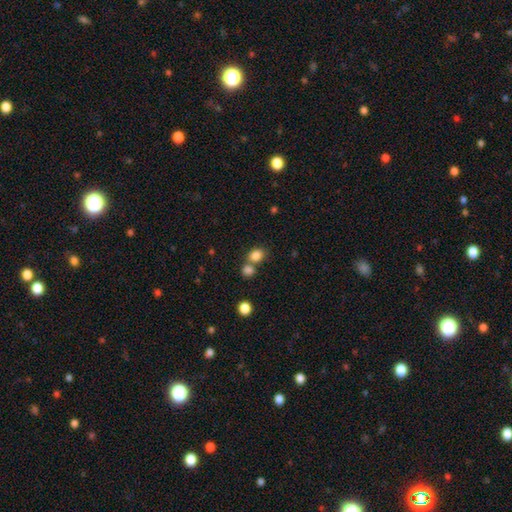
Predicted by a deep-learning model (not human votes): Smooth or featured: smooth — 83% (star or artifact — 11%)
How rounded: round — 58% (in between — 41%)
Merging: none — 52% (merger — 37%)